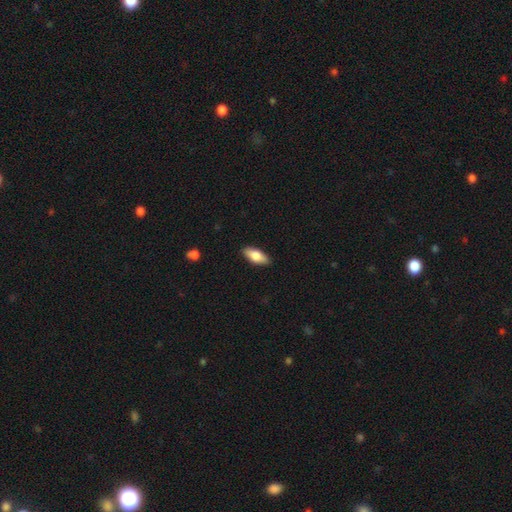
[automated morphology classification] Smooth or featured?
  - smooth: 76% *
  - featured or disk: 18%
  - star or artifact: 6%
How rounded?
  - in between: 82% *
  - cigar-shaped: 15%
  - round: 3%
Merging?
  - none: 88% *
  - minor disturbance: 9%
  - major disturbance: 2%
  - merger: 1%